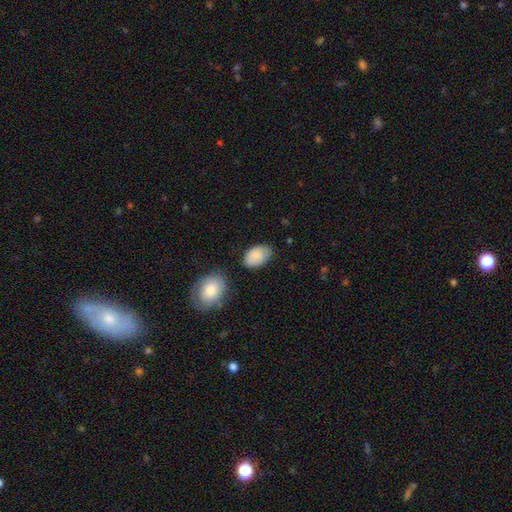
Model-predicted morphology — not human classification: smooth 86%, featured or disk 8%, star or artifact 6%. Down the decision tree: how rounded — in between (91%); merging — none (71%).